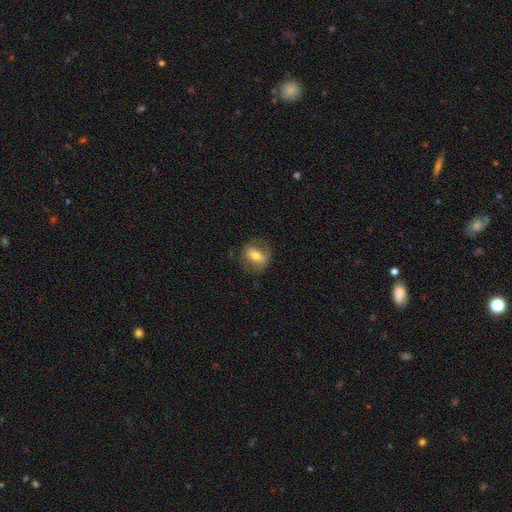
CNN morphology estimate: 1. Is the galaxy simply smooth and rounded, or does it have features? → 50% smooth, 42% featured or disk, 8% star or artifact.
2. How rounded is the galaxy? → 60% in between, 37% round, 3% cigar-shaped.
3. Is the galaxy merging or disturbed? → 71% none, 18% minor disturbance, 10% major disturbance, 1% merger.